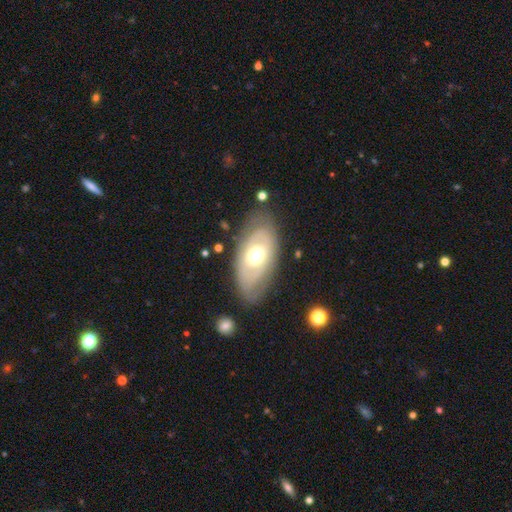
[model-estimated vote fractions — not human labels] A featured or disk galaxy (54%).

Vote fractions:
- Smooth or featured? featured or disk: 54% / smooth: 40% / star or artifact: 6%
- Edge-on disk? no: 88% / yes: 12%
- Merging? none: 74% / minor disturbance: 17% / major disturbance: 7% / merger: 2%